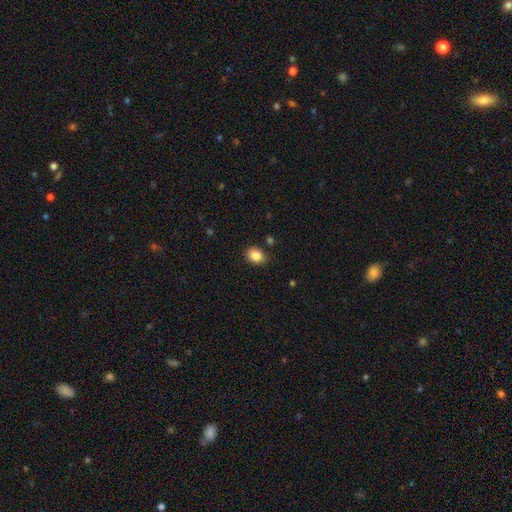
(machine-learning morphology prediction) smooth_or_featured: smooth (p=0.86) [alt: star or artifact p=0.09]
how_rounded: in between (p=0.64) [alt: round p=0.35]
merging: none (p=0.83) [alt: minor disturbance p=0.12]